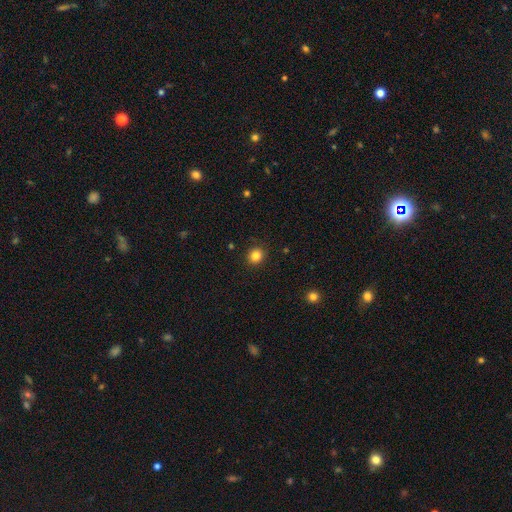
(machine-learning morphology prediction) Smooth or featured: smooth — 83% (star or artifact — 12%)
How rounded: round — 88% (in between — 11%)
Merging: none — 91% (minor disturbance — 6%)